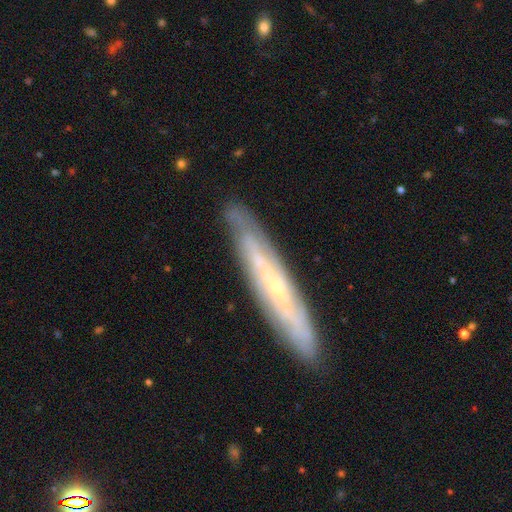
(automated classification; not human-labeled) The model was most divided on "edge-on disk": yes: 61%, no: 39%. More confident: merging — none (83%); smooth or featured — featured or disk (71%).